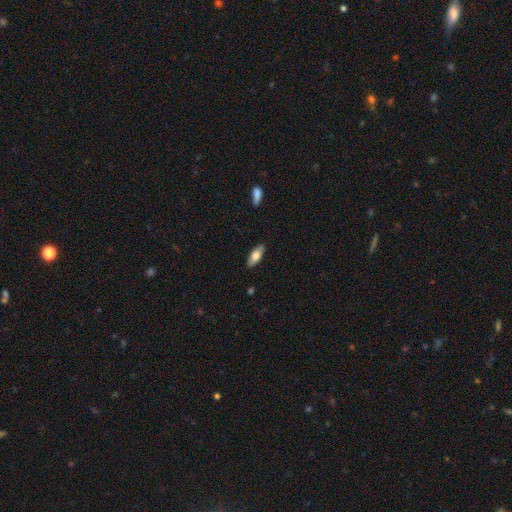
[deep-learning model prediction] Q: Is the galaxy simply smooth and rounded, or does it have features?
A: smooth — 72%.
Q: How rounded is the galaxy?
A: in between — 77%.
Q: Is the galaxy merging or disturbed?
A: none — 88%.